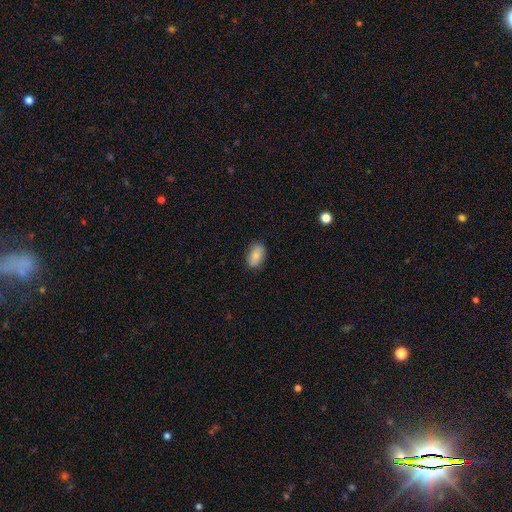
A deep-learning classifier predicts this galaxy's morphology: The model was most divided on "merging": none: 86%, minor disturbance: 11%, major disturbance: 2%, merger: 1%. More confident: how rounded — in between (92%); smooth or featured — smooth (87%).